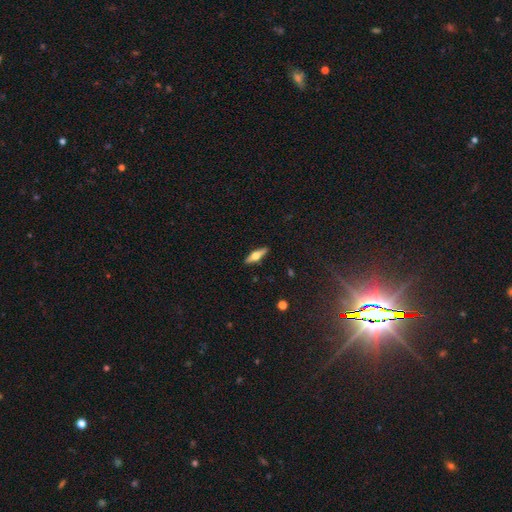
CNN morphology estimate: A featured or disk galaxy (53%) viewed edge-on (93%). Merging: none (90%).